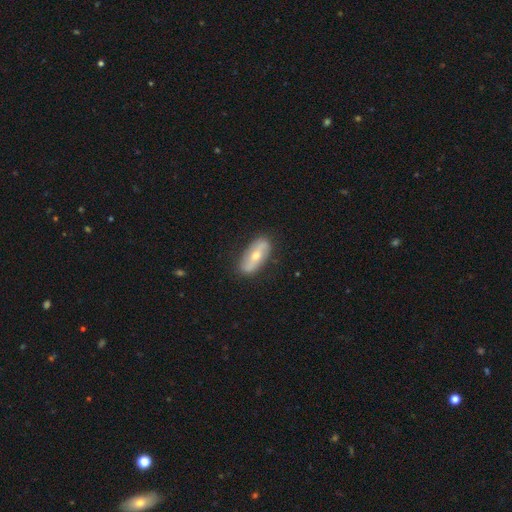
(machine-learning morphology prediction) This is possibly a featured or disk galaxy (59%). It is likely not viewed edge-on (78%). Merging: clearly none (84%).